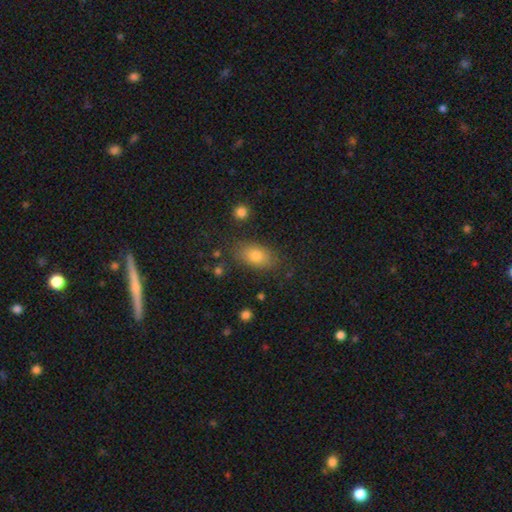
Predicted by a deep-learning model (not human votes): Smooth or featured?
  - smooth: 79% *
  - featured or disk: 11%
  - star or artifact: 10%
How rounded?
  - in between: 87% *
  - round: 9%
  - cigar-shaped: 4%
Merging?
  - none: 82% *
  - minor disturbance: 12%
  - major disturbance: 4%
  - merger: 3%